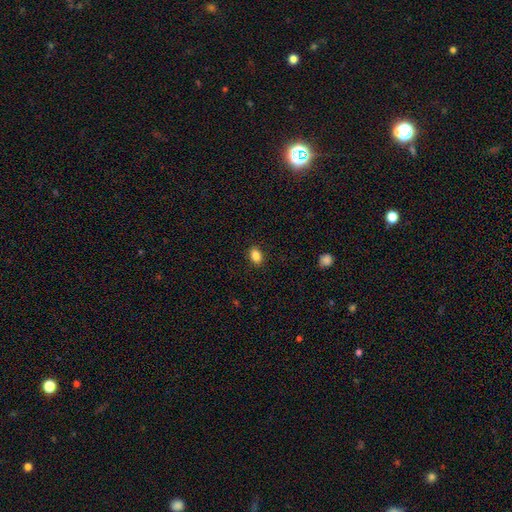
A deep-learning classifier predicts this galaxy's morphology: The model was most divided on "how rounded": in between: 83%, round: 15%, cigar-shaped: 2%. More confident: merging — none (89%); smooth or featured — smooth (87%).